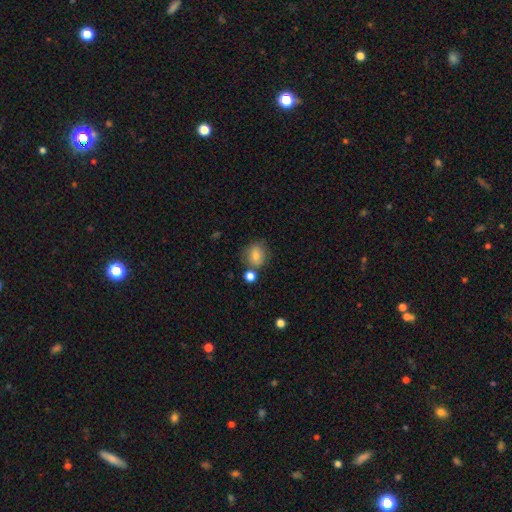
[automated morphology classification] Q: Smooth or featured?
A: smooth (79%); runner-up: featured or disk (10%)
Q: How rounded?
A: round (77%); runner-up: in between (22%)
Q: Merging?
A: none (69%); runner-up: merger (14%)